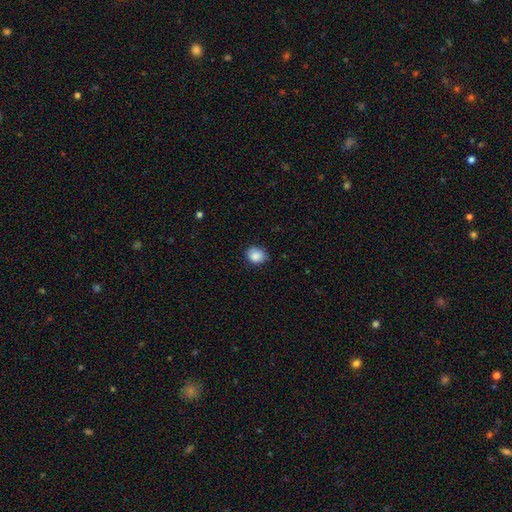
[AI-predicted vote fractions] smooth 87%, star or artifact 8%, featured or disk 5%. Down the decision tree: how rounded — round (54%); merging — none (75%).